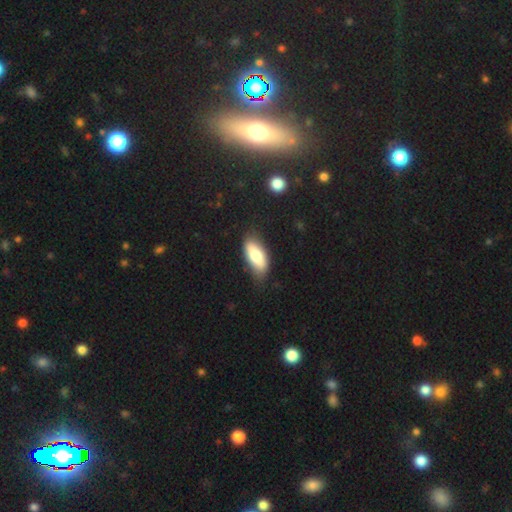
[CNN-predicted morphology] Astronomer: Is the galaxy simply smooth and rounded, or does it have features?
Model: smooth — 76%.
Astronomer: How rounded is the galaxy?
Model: in between — 84%.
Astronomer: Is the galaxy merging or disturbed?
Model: none — 74%.